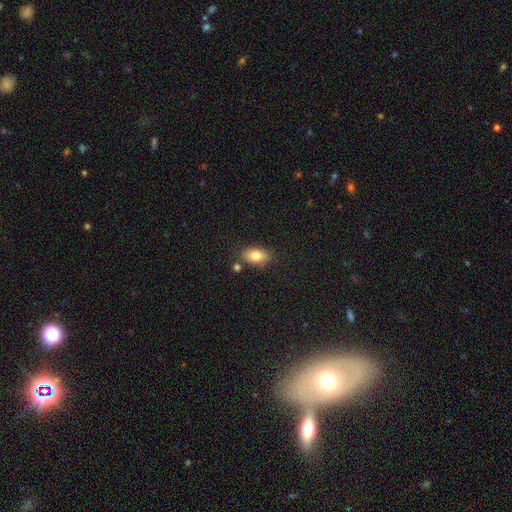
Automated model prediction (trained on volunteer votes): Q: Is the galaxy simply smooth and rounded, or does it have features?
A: smooth — 79%.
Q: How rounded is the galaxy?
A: in between — 89%.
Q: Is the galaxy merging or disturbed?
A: none — 79%.